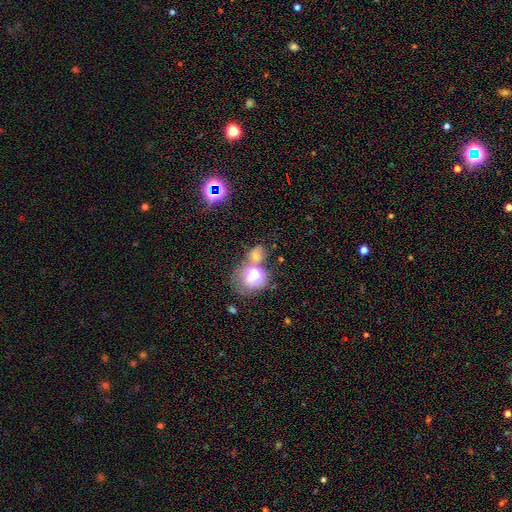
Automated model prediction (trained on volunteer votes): Morphology: type=smooth (53%); roundness=round (63%); merging=none (51%).